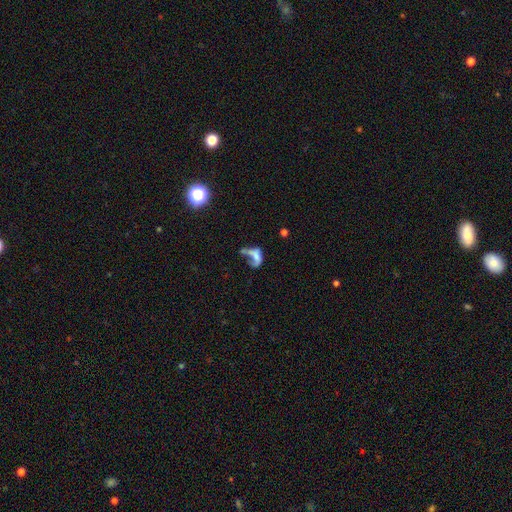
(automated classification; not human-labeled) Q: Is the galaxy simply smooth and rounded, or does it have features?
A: smooth — 43%.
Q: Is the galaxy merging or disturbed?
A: major disturbance — 39%.